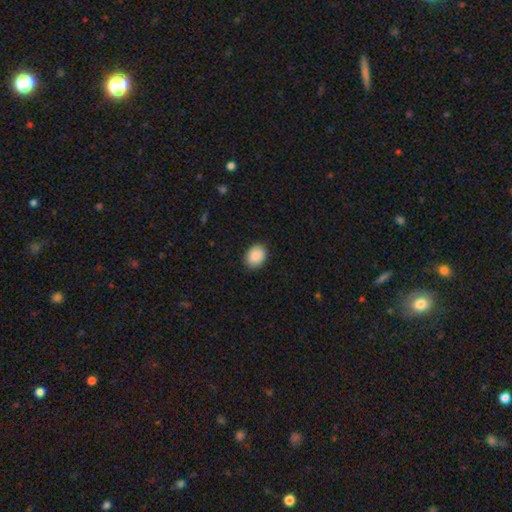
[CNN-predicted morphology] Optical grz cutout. It shows a smooth galaxy with no disk features (90%) that is in between round and cigar-shaped (60%). Merging: none (88%).